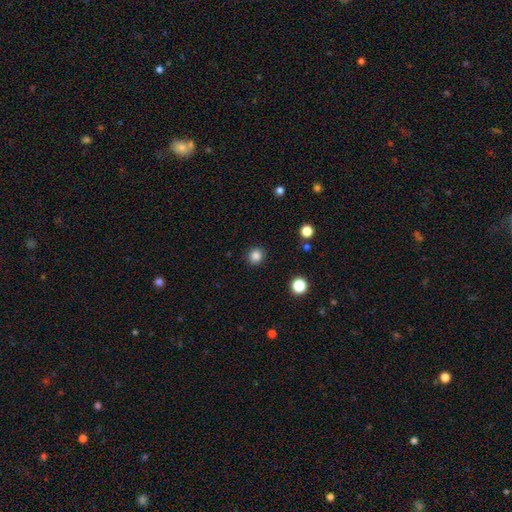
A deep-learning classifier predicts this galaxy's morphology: smooth-or-featured: smooth: 85% | star or artifact: 12% | featured or disk: 4%
  how-rounded: round: 87% | in between: 12% | cigar-shaped: 1%
  merging: none: 90% | minor disturbance: 7% | major disturbance: 2% | merger: 1%